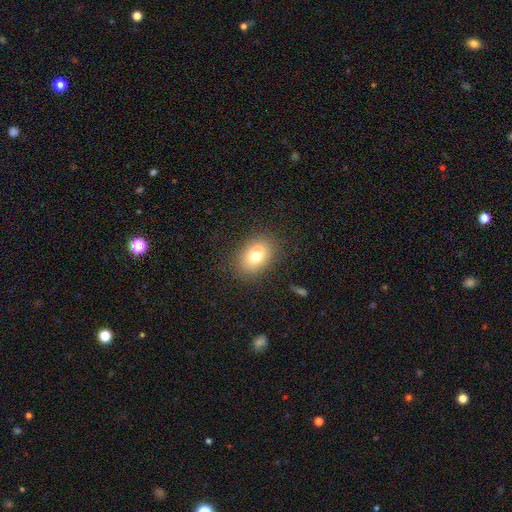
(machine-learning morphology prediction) This appears to be a smooth galaxy with no disk features (70%) that is in between round and cigar-shaped (72%). Merging: none (59%).